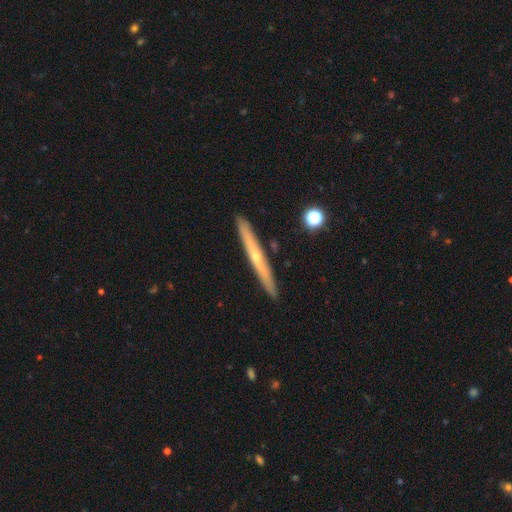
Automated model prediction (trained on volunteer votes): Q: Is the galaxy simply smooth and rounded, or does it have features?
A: featured or disk — 60%.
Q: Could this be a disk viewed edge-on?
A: yes — 96%.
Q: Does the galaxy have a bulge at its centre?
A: rounded — 54%.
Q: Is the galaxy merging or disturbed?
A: none — 90%.